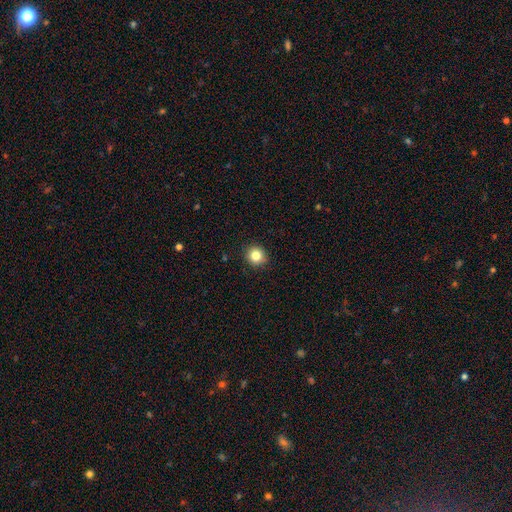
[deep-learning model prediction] Overall: smooth (82%). How rounded: round (90%). Merging: none (91%).